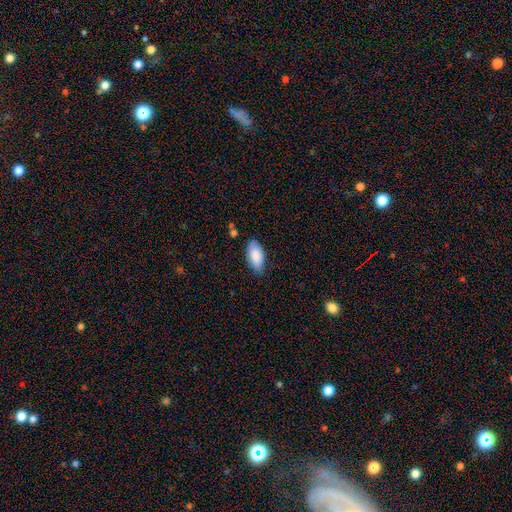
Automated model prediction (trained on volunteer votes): The model was most divided on "merging": none: 73%, minor disturbance: 22%, major disturbance: 3%, merger: 2%. More confident: how rounded — in between (94%); smooth or featured — smooth (86%).